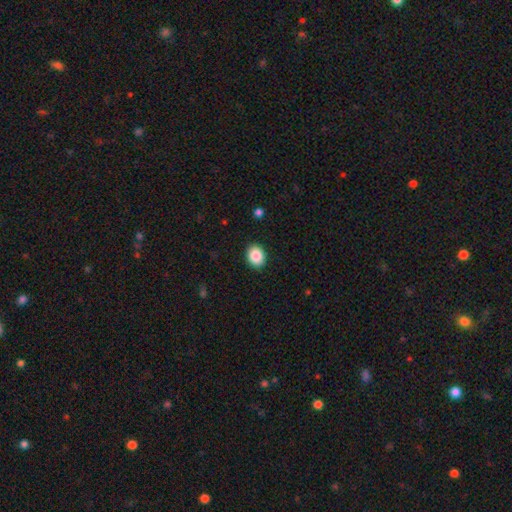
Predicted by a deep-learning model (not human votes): smooth_or_featured: smooth (p=0.87) [alt: star or artifact p=0.08]
how_rounded: in between (p=0.60) [alt: round p=0.39]
merging: none (p=0.90) [alt: minor disturbance p=0.07]